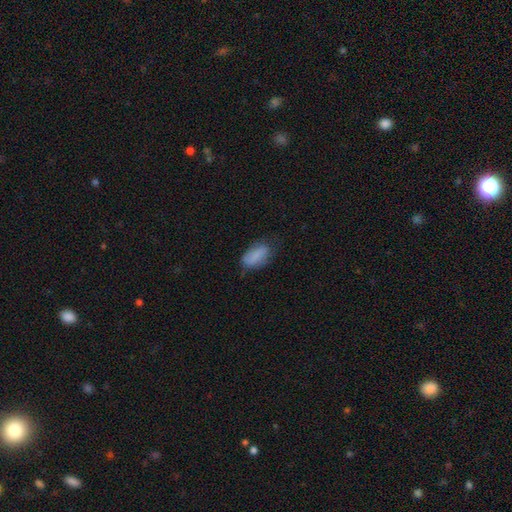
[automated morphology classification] smooth 83%, featured or disk 10%, star or artifact 7%. Down the decision tree: how rounded — in between (90%); merging — none (64%).